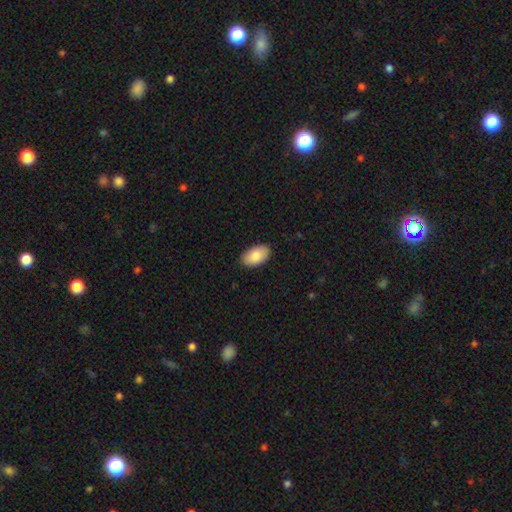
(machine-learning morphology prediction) smooth_or_featured: smooth (p=0.85) [alt: featured or disk p=0.09]
how_rounded: in between (p=0.94) [alt: round p=0.05]
merging: none (p=0.88) [alt: minor disturbance p=0.10]